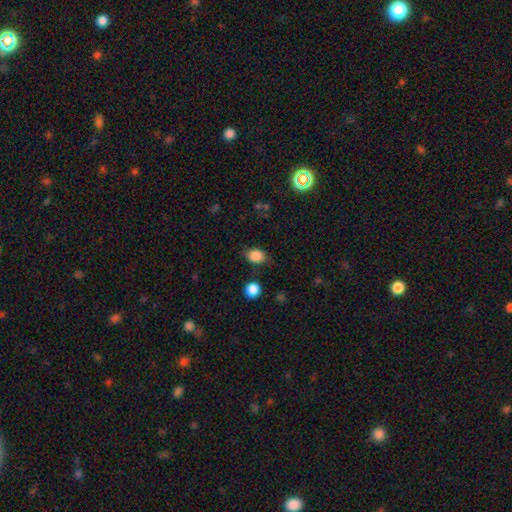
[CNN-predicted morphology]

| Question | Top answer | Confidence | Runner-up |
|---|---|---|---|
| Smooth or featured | smooth | 86% | star or artifact (10%) |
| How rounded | in between | 66% | round (33%) |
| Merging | none | 76% | minor disturbance (16%) |